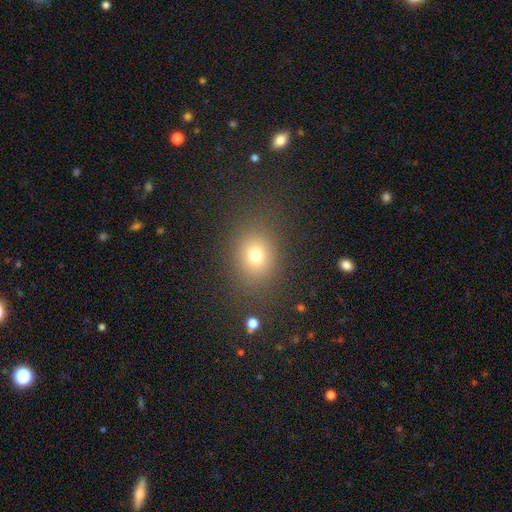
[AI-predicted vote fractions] smooth_or_featured: smooth (p=0.73) [alt: star or artifact p=0.17]
how_rounded: round (p=0.61) [alt: in between p=0.38]
merging: none (p=0.83) [alt: minor disturbance p=0.10]